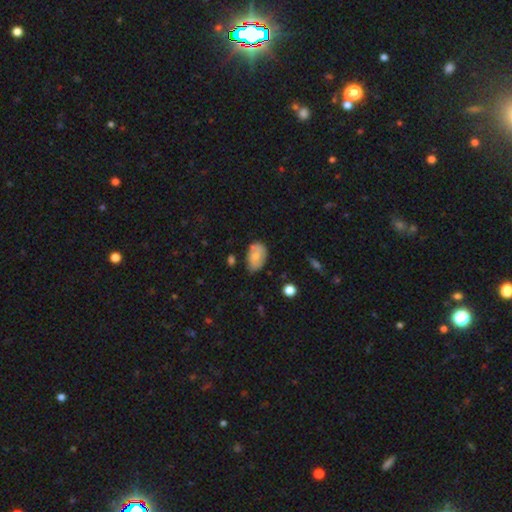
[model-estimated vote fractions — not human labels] smooth_or_featured: smooth (p=0.70) [alt: featured or disk p=0.23]
how_rounded: in between (p=0.89) [alt: round p=0.10]
merging: none (p=0.62) [alt: minor disturbance p=0.28]